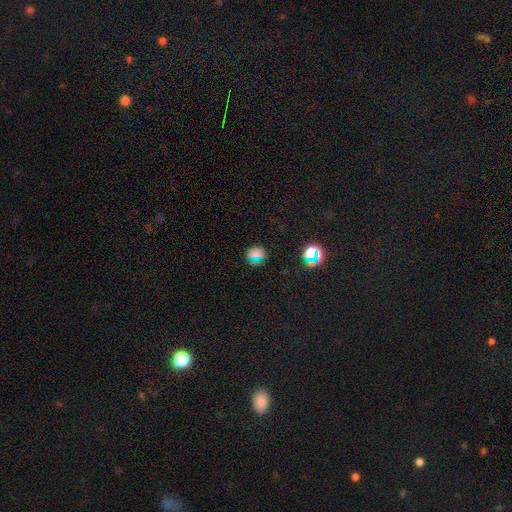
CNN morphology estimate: A smooth galaxy with no disk features (58%) that is round (66%).

Vote fractions:
- Smooth or featured? smooth: 58% / star or artifact: 32% / featured or disk: 10%
- How rounded? round: 66% / in between: 32% / cigar-shaped: 2%
- Merging? none: 72% / minor disturbance: 15% / merger: 7% / major disturbance: 6%